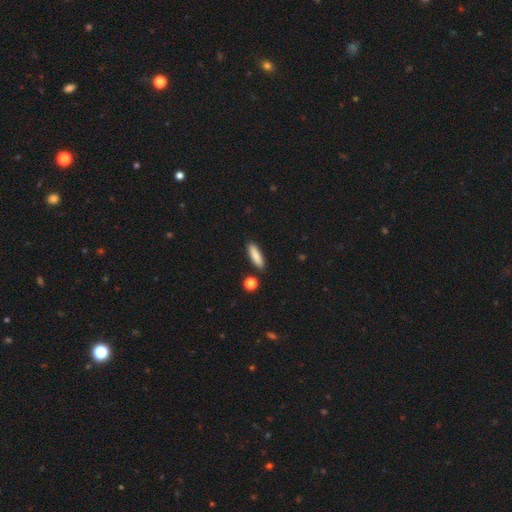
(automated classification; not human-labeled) A smooth galaxy with no disk features (84%) that is cigar-shaped (63%).

Vote fractions:
- Smooth or featured? smooth: 84% / featured or disk: 9% / star or artifact: 7%
- How rounded? cigar-shaped: 63% / in between: 35% / round: 2%
- Merging? none: 87% / minor disturbance: 8% / merger: 3% / major disturbance: 2%